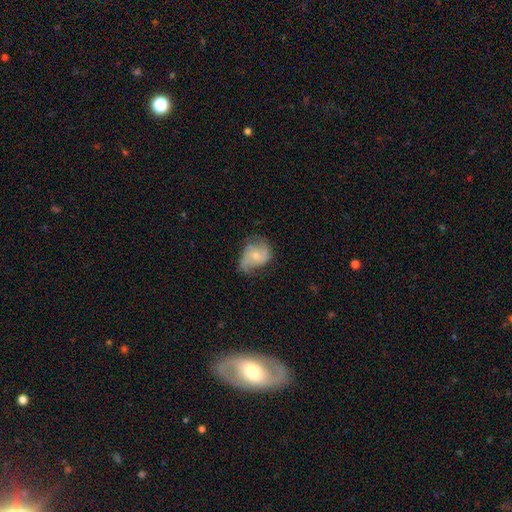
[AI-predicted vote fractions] This is likely a featured or disk galaxy (69%). It is clearly not viewed edge-on (97%). Bar: likely no (62%). Spiral arm pattern: clearly yes (91%). Spiral arm count: likely 2 (73%). Spiral winding: possibly medium (46%). Central bulge: possibly moderate (45%, tied with small). Merging: possibly none (58%).